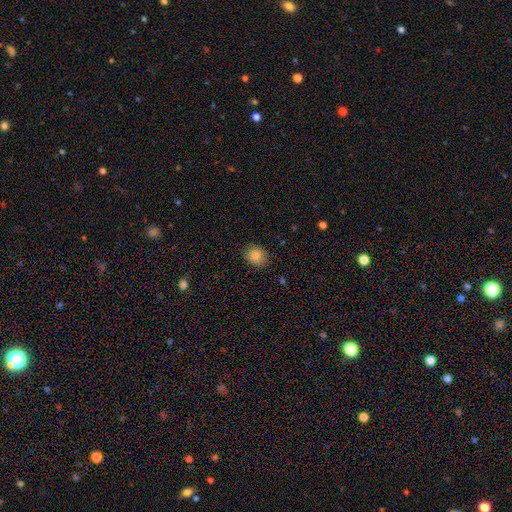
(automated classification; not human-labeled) This appears to be a smooth galaxy with no disk features (84%) that is round (56%). Merging: none (83%).